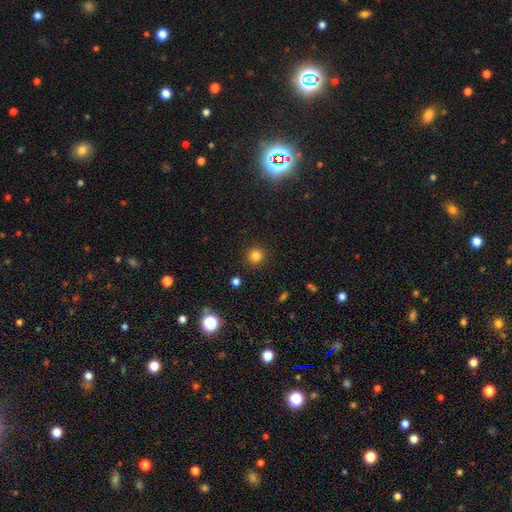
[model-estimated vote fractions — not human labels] A smooth galaxy with no disk features (81%) that is round (93%). Merging: none (90%).